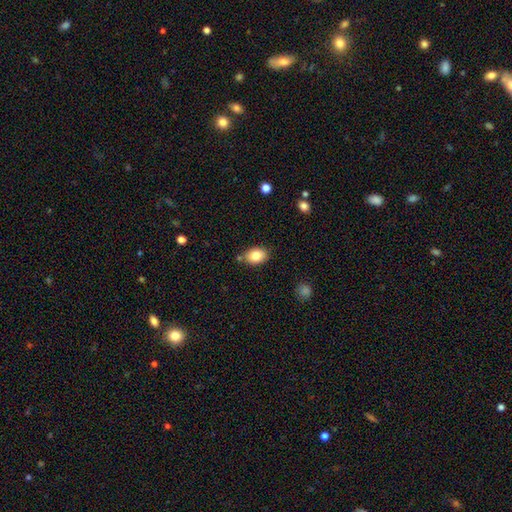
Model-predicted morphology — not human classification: This appears to be a smooth galaxy with no disk features (83%) that is in between round and cigar-shaped (76%). Merging: none (78%).